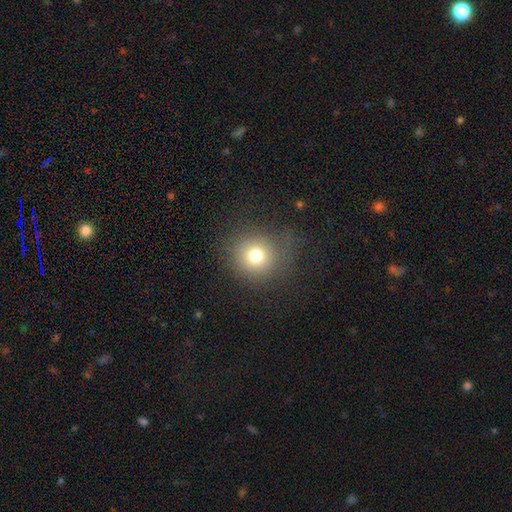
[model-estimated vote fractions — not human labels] Smooth or featured? Predicted: smooth (p=0.75). How rounded? Predicted: round (p=0.90). Merging? Predicted: none (p=0.78).